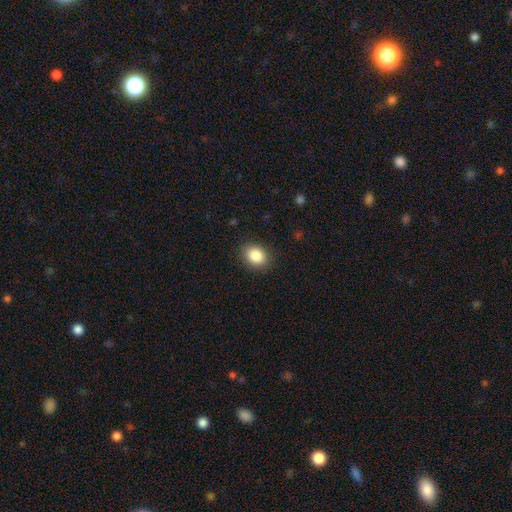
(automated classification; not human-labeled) smooth-or-featured: smooth: 86% | star or artifact: 9% | featured or disk: 5%
  how-rounded: in between: 53% | round: 46% | cigar-shaped: 1%
  merging: none: 87% | minor disturbance: 9% | major disturbance: 3% | merger: 1%